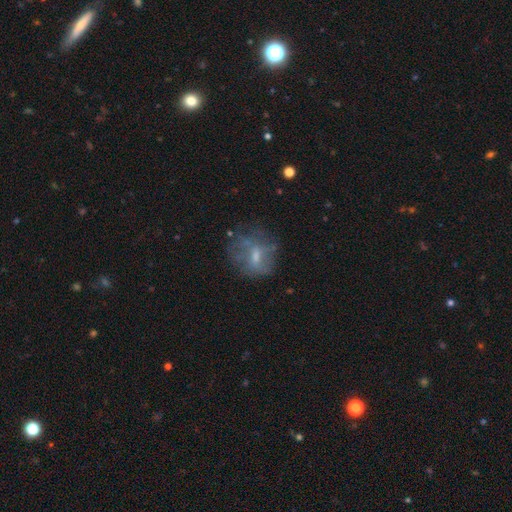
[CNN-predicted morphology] Smooth or featured? Predicted: featured or disk (p=0.44). Merging? Predicted: none (p=0.58).